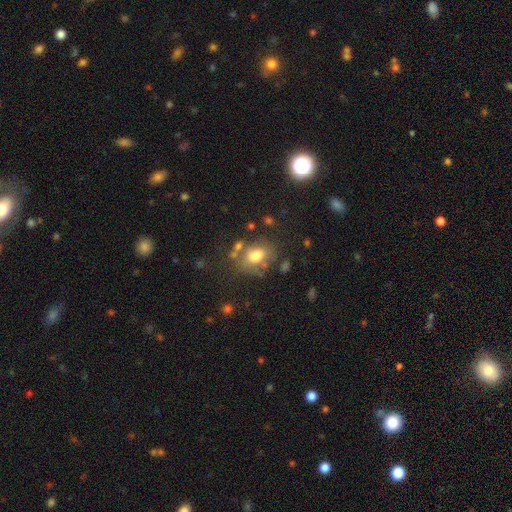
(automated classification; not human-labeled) smooth 72%, featured or disk 16%, star or artifact 12%. Down the decision tree: how rounded — in between (70%); merging — none (59%).